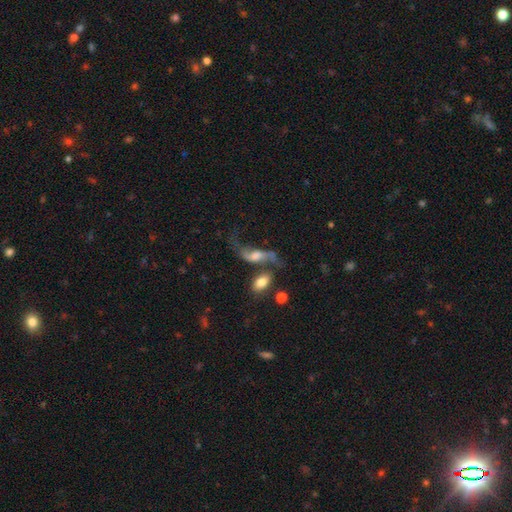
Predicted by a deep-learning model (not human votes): Smooth or featured: featured or disk — 70% (smooth — 21%)
Edge-on disk: no — 88% (yes — 12%)
Bar: no — 51% (weak — 35%)
Spiral arms: yes — 86% (no — 14%)
Spiral winding: loose — 90% (medium — 7%)
Spiral arm count: 2 — 88% (1 — 6%)
Bulge size: moderate — 45% (small — 28%)
Merging: none — 39% (merger — 23%)